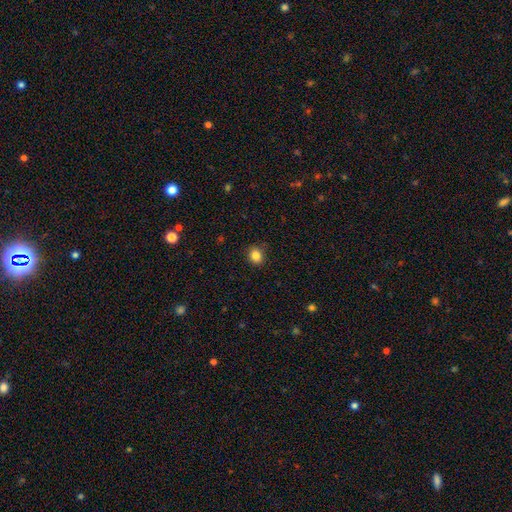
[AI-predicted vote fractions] A smooth galaxy with no disk features (84%) that is round (74%).

Vote fractions:
- Smooth or featured? smooth: 84% / star or artifact: 11% / featured or disk: 4%
- How rounded? round: 74% / in between: 26% / cigar-shaped: 1%
- Merging? none: 89% / minor disturbance: 8% / major disturbance: 2% / merger: 1%